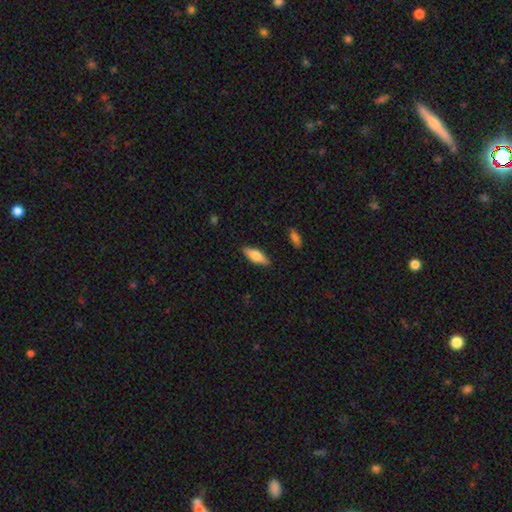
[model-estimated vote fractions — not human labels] A smooth galaxy with no disk features (67%) that is in between round and cigar-shaped (61%).

Vote fractions:
- Smooth or featured? smooth: 67% / featured or disk: 27% / star or artifact: 6%
- How rounded? in between: 61% / cigar-shaped: 37% / round: 2%
- Merging? none: 87% / minor disturbance: 10% / major disturbance: 2% / merger: 1%